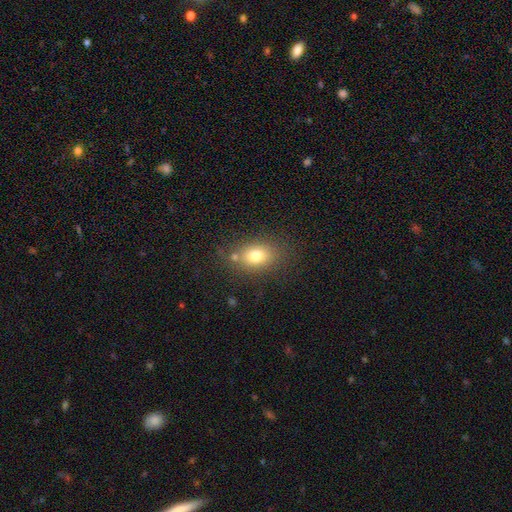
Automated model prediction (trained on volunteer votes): Smooth or featured: smooth — 77% (star or artifact — 12%)
How rounded: in between — 67% (round — 32%)
Merging: none — 72% (minor disturbance — 14%)